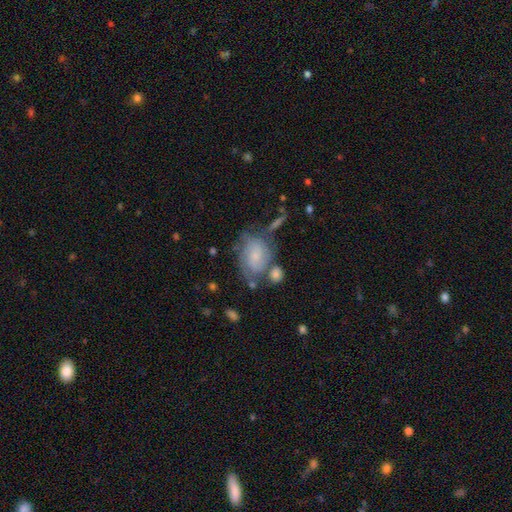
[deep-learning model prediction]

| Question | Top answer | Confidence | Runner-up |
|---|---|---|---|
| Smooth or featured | featured or disk | 53% | smooth (39%) |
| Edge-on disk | no | 96% | yes (4%) |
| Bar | no | 72% | weak (24%) |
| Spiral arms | yes | 78% | no (22%) |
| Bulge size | small | 61% | moderate (23%) |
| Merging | none | 46% | minor disturbance (23%) |